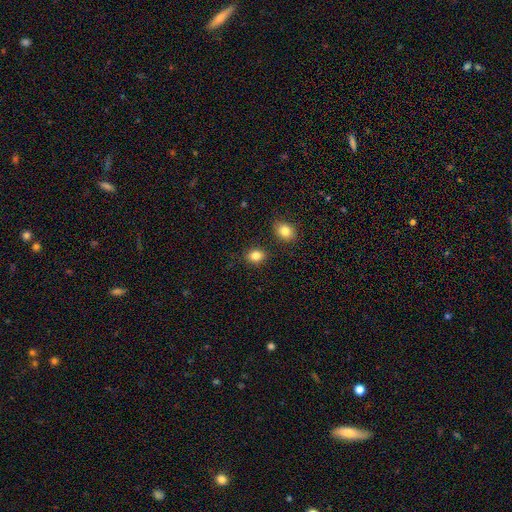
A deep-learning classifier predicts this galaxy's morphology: Smooth or featured? smooth (84%)
How rounded? in between (57%)
Merging? none (83%)